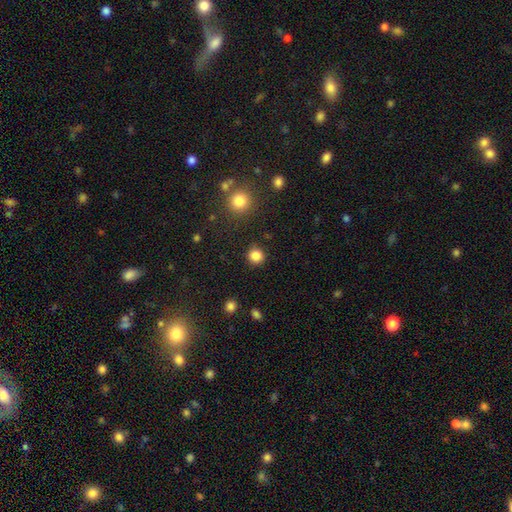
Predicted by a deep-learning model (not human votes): Smooth or featured?
  - smooth: 86% *
  - star or artifact: 11%
  - featured or disk: 3%
How rounded?
  - round: 91% *
  - in between: 8%
  - cigar-shaped: 1%
Merging?
  - none: 89% *
  - minor disturbance: 6%
  - major disturbance: 2%
  - merger: 2%